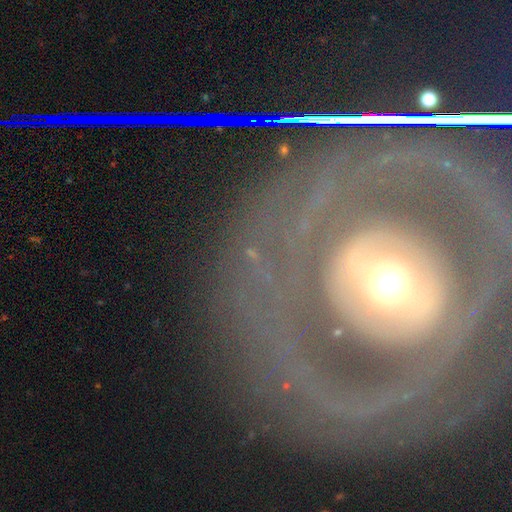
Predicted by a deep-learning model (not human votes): Smooth or featured? featured or disk (71%)
Edge-on disk? no (92%)
Bar? no (48%)
Spiral arms? no (53%)
Bulge size? moderate (65%)
Merging? none (76%)